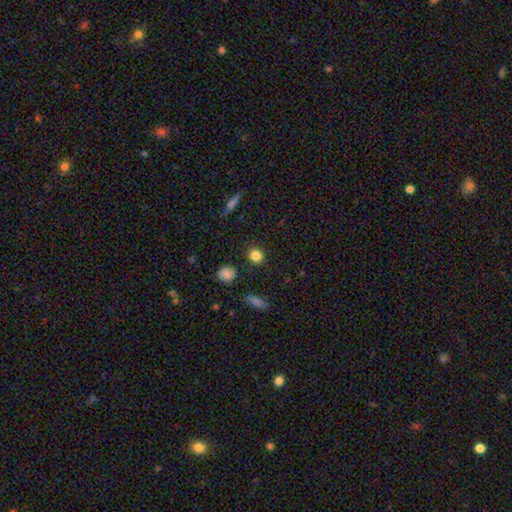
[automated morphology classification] Smooth or featured: smooth — 84% (star or artifact — 11%)
How rounded: round — 83% (in between — 16%)
Merging: none — 89% (minor disturbance — 7%)